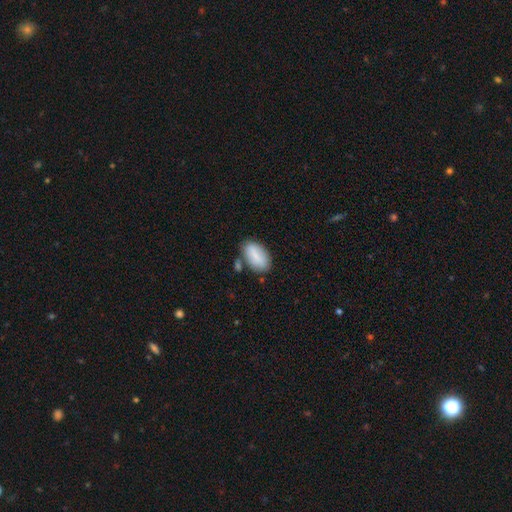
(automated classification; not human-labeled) smooth-or-featured: smooth: 80% | featured or disk: 14% | star or artifact: 7%
  how-rounded: in between: 93% | round: 4% | cigar-shaped: 3%
  merging: none: 70% | minor disturbance: 17% | merger: 9% | major disturbance: 4%